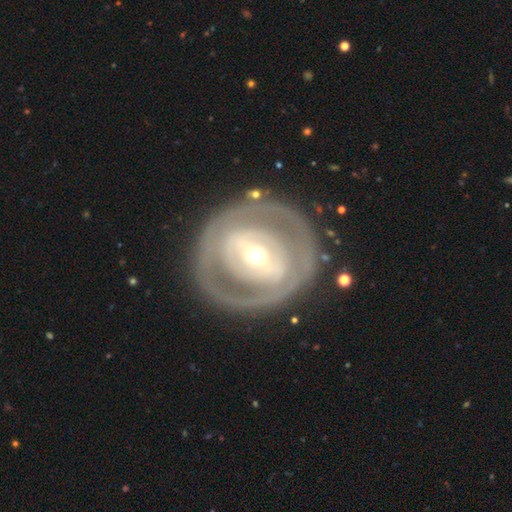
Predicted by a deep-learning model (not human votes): Morphology: type=featured or disk (74%); edge-on=no (94%); bar=strong (39%); spiral arms=no (64%); bulge=small (54%); merging=none (78%).